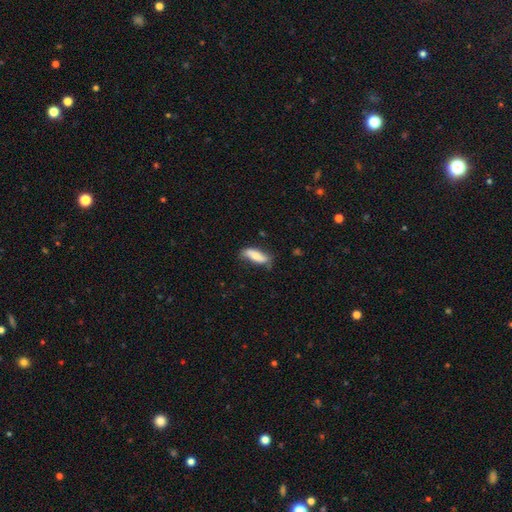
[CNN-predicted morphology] This is likely a smooth galaxy (67%). How rounded: possibly in between (58%). Merging: likely none (64%).